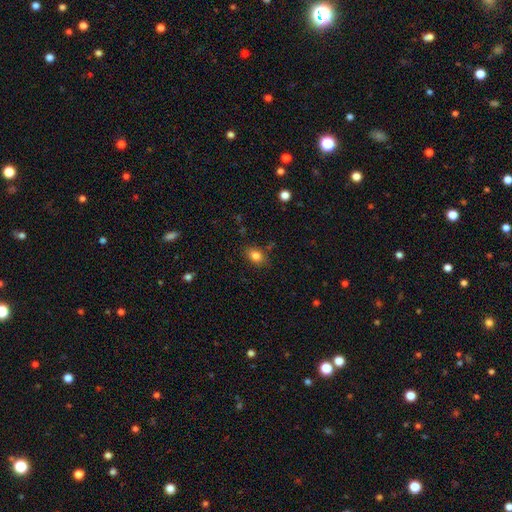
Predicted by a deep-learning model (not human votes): smooth 83%, star or artifact 10%, featured or disk 7%. Down the decision tree: how rounded — in between (69%); merging — none (82%).